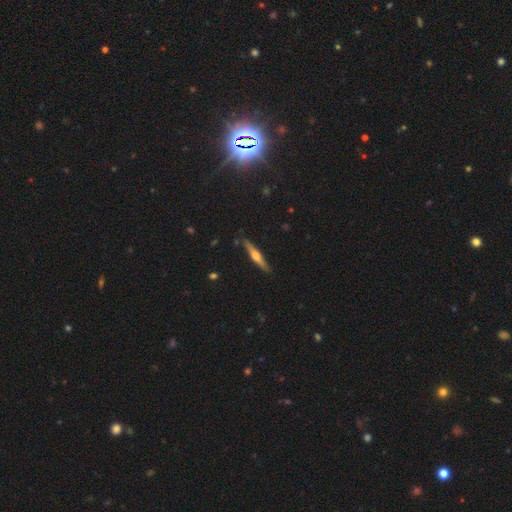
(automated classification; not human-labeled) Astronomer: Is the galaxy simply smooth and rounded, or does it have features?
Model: featured or disk — 64%.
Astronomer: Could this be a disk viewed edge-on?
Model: yes — 97%.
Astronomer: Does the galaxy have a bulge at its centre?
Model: rounded — 89%.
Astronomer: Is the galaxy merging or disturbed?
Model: none — 88%.